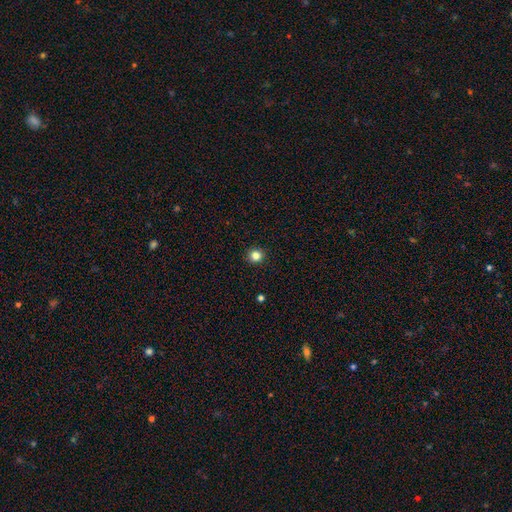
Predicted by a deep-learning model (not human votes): This is clearly a smooth galaxy (83%). How rounded: clearly round (93%). Merging: clearly none (93%).